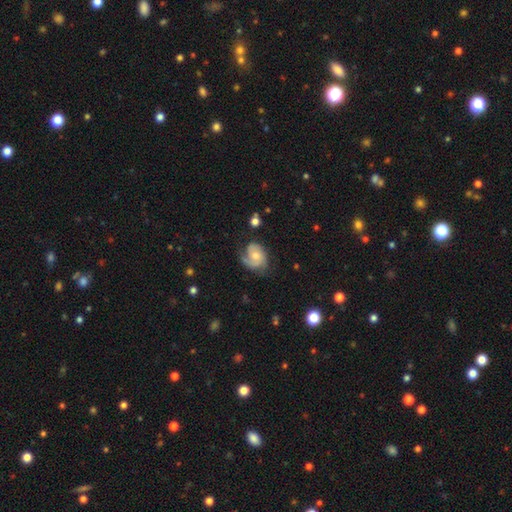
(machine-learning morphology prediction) smooth_or_featured: featured or disk (p=0.72) [alt: smooth p=0.22]
disk_edge_on: no (p=0.97) [alt: yes p=0.03]
bar: no (p=0.72) [alt: weak p=0.24]
has_spiral_arms: yes (p=0.93) [alt: no p=0.07]
spiral_winding: tight (p=0.42) [alt: medium p=0.39]
spiral_arm_count: 2 (p=0.42) [alt: 1 p=0.34]
bulge_size: moderate (p=0.54) [alt: small p=0.38]
merging: none (p=0.58) [alt: minor disturbance p=0.25]